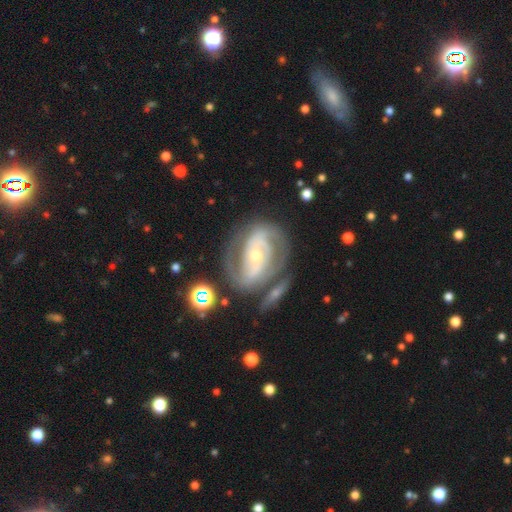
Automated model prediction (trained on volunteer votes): This is clearly a featured or disk galaxy (86%). It is clearly not viewed edge-on (96%). Bar: marginally no (40%). Spiral arm pattern: clearly yes (91%). Spiral arm count: likely 2 (73%). Spiral winding: possibly tight (48%). Central bulge: possibly small (56%). Merging: likely none (64%).